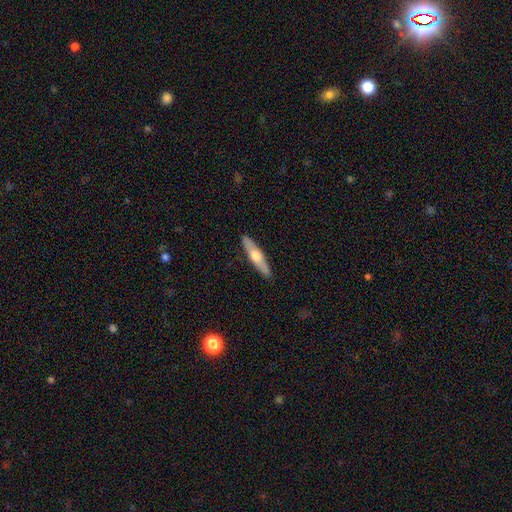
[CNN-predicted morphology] featured or disk 51%, smooth 44%, star or artifact 5%. Down the decision tree: edge-on disk — yes (90%); merging — none (90%).